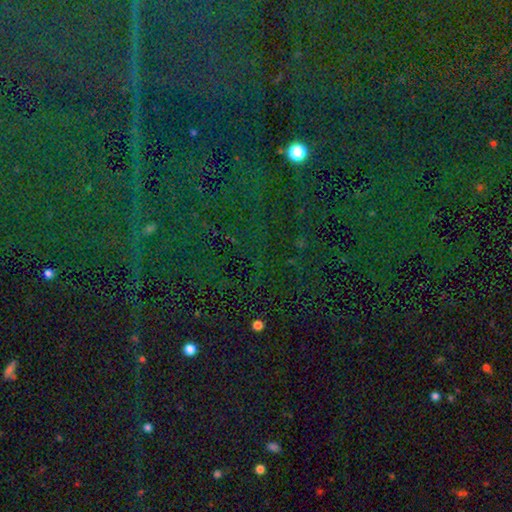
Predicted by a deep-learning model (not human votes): smooth_or_featured: star or artifact (p=0.86) [alt: smooth p=0.08]